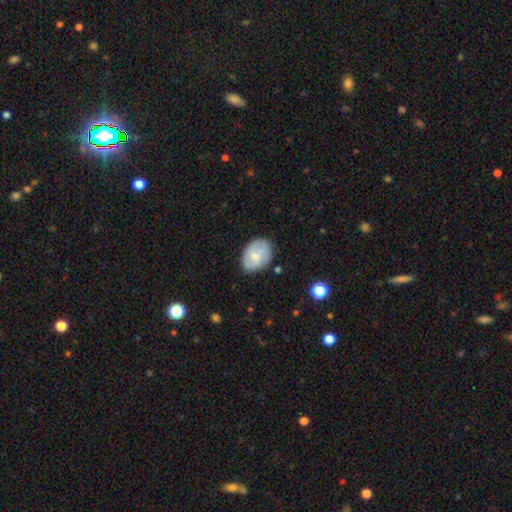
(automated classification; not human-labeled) Smooth or featured? smooth (57%)
How rounded? in between (77%)
Merging? none (74%)